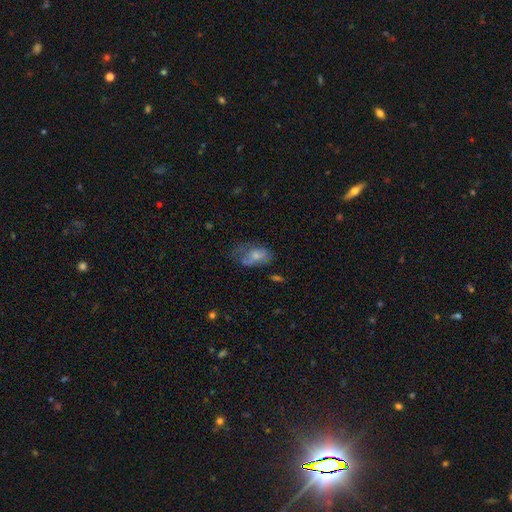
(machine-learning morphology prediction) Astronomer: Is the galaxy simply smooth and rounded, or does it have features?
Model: smooth — 65%.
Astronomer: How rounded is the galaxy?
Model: in between — 89%.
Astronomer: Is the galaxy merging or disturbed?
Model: major disturbance — 34% (runner-up: none, 30%).